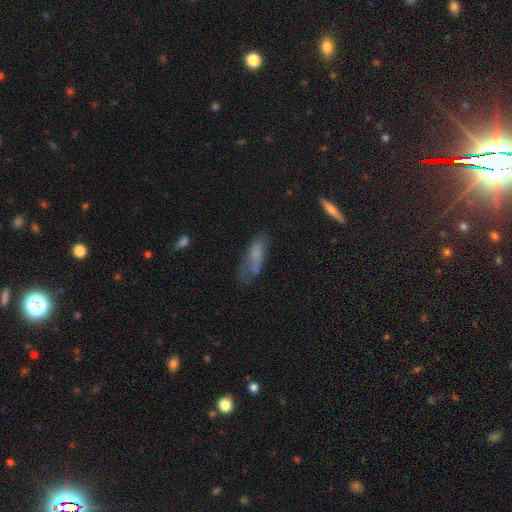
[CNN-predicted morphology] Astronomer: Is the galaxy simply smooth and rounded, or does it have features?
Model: smooth — 63%.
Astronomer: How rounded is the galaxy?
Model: in between — 55% (runner-up: cigar-shaped, 42%).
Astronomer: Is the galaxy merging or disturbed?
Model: none — 40% (runner-up: minor disturbance, 30%).